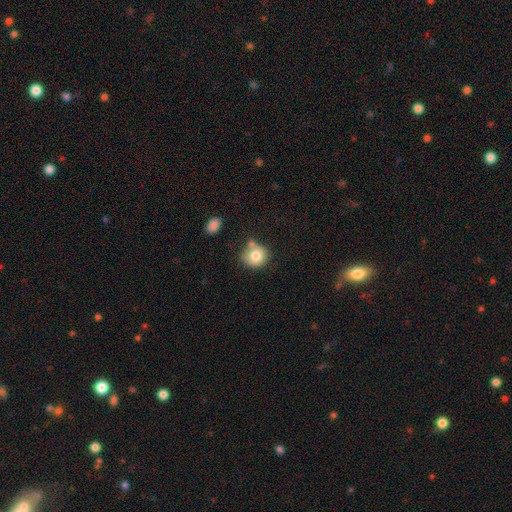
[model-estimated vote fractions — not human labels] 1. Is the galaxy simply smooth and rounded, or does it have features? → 77% smooth, 13% featured or disk, 9% star or artifact.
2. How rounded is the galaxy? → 85% round, 14% in between, 1% cigar-shaped.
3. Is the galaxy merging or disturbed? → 58% none, 20% minor disturbance, 17% merger, 6% major disturbance.